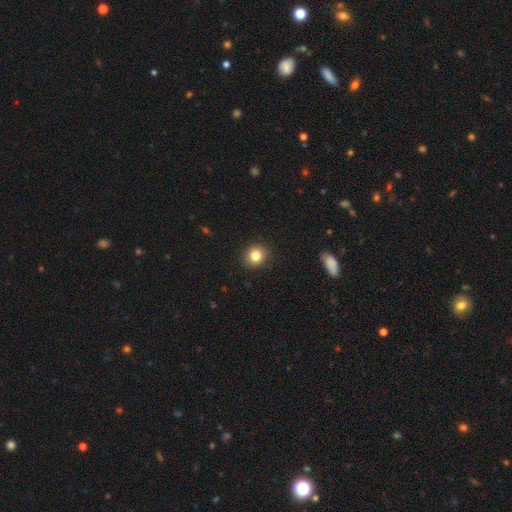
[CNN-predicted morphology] A smooth galaxy with no disk features (82%) that is round (86%). Merging: none (92%).